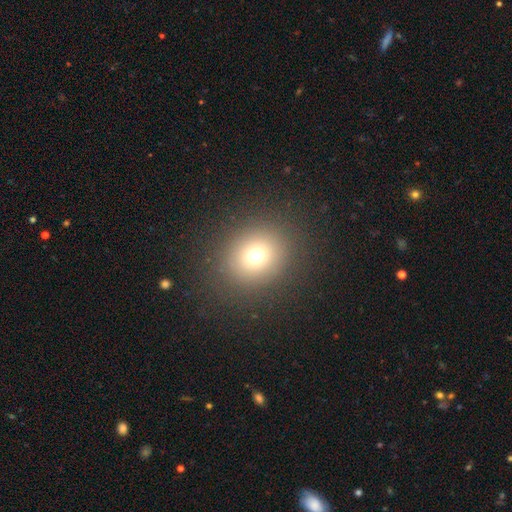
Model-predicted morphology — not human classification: Smooth or featured: smooth — 70% (star or artifact — 19%)
How rounded: round — 79% (in between — 20%)
Merging: none — 87% (minor disturbance — 7%)